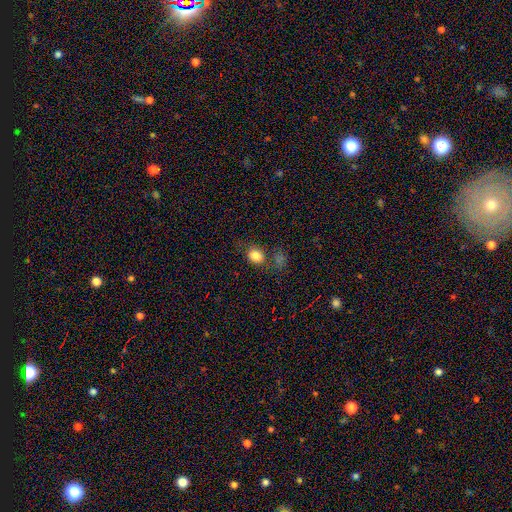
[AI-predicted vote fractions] Q: Smooth or featured?
A: smooth (82%); runner-up: star or artifact (11%)
Q: How rounded?
A: round (62%); runner-up: in between (37%)
Q: Merging?
A: none (68%); runner-up: minor disturbance (15%)